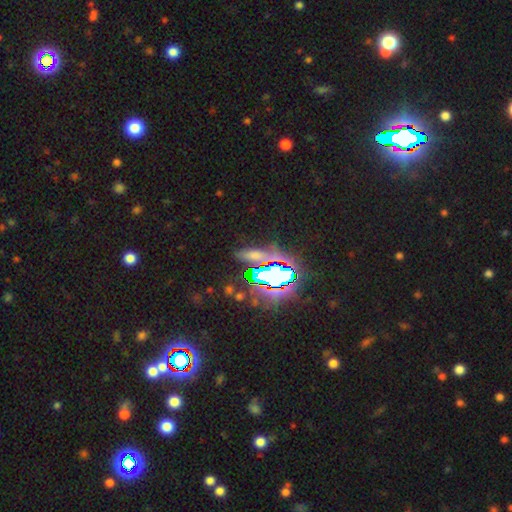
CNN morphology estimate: smooth-or-featured: star or artifact: 62% | smooth: 24% | featured or disk: 14%